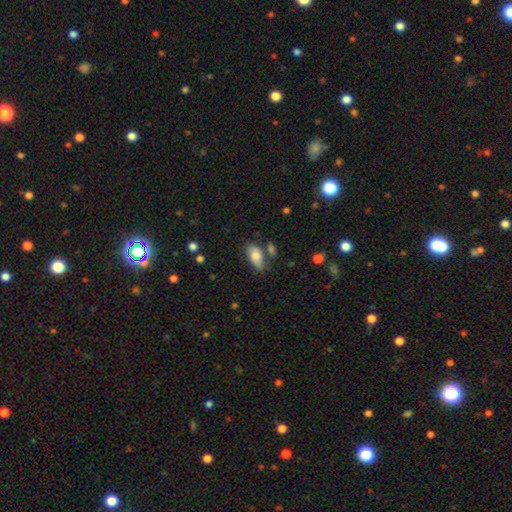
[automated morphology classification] The model was most divided on "merging": none: 58%, minor disturbance: 23%, merger: 11%, major disturbance: 7%. More confident: how rounded — in between (91%); smooth or featured — smooth (75%).